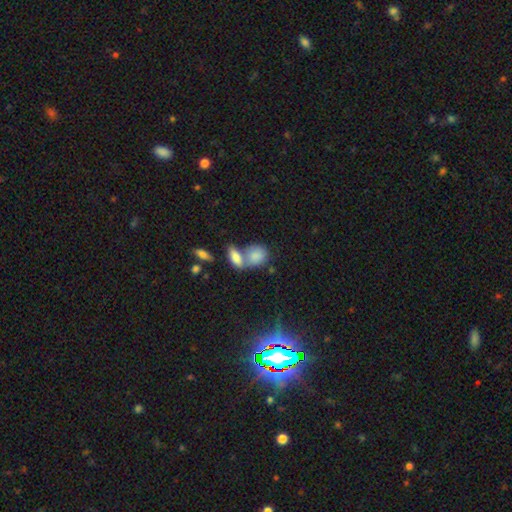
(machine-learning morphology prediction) smooth_or_featured: smooth (p=0.82) [alt: featured or disk p=0.10]
how_rounded: in between (p=0.64) [alt: round p=0.33]
merging: merger (p=0.54) [alt: none p=0.31]